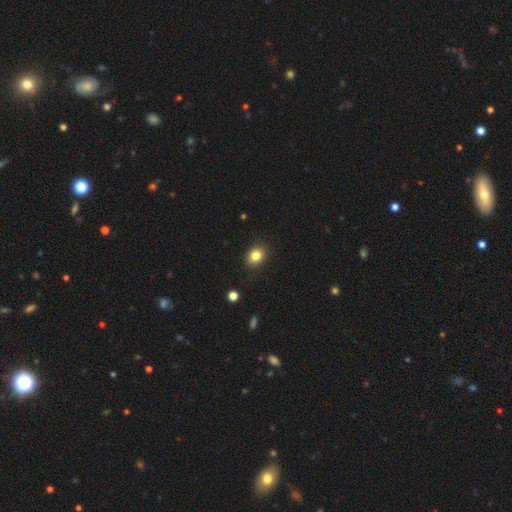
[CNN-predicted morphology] smooth-or-featured: smooth: 82% | star or artifact: 11% | featured or disk: 7%
  how-rounded: round: 50% | in between: 49% | cigar-shaped: 1%
  merging: none: 88% | minor disturbance: 9% | major disturbance: 2% | merger: 1%